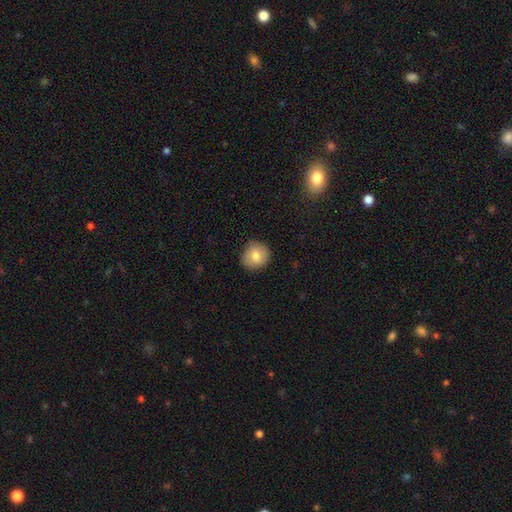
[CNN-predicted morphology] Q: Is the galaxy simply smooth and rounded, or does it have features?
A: smooth — 78%.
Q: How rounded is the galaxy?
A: round — 87%.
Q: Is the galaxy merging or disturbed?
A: none — 86%.